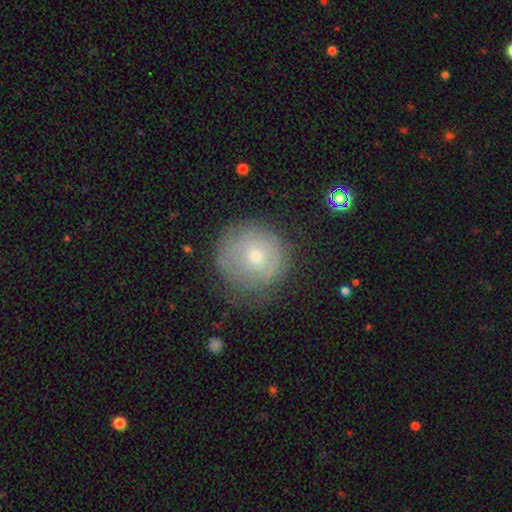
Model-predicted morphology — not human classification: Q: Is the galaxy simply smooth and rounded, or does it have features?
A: smooth — 47%.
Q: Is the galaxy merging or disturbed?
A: none — 71%.